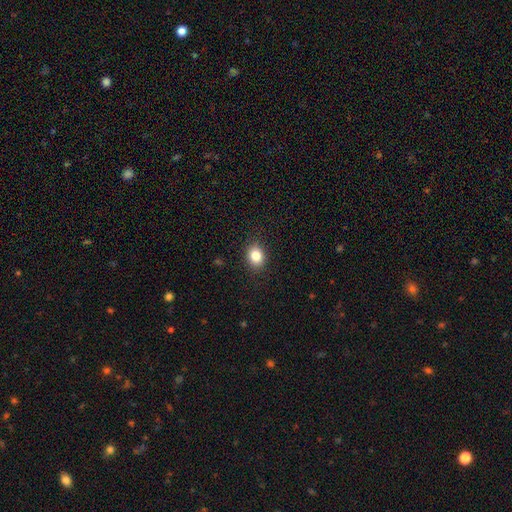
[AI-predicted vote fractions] A smooth galaxy with no disk features (84%) that is round (52%).

Vote fractions:
- Smooth or featured? smooth: 84% / star or artifact: 10% / featured or disk: 6%
- How rounded? round: 52% / in between: 47% / cigar-shaped: 1%
- Merging? none: 88% / minor disturbance: 8% / major disturbance: 2% / merger: 1%